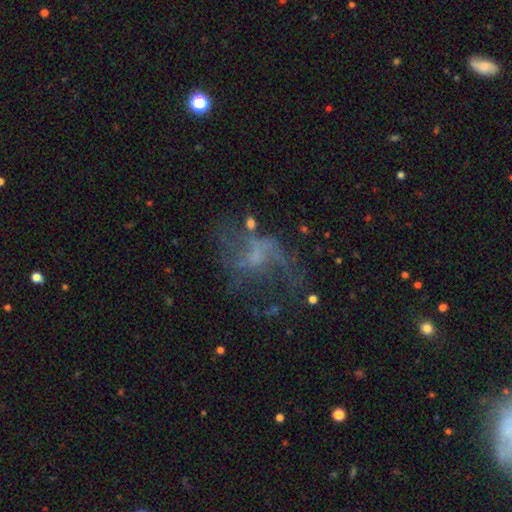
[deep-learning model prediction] This appears to be a featured or disk galaxy (65%) with no bar (64%), spiral arms (54%) and no central bulge (43%). Merging: major disturbance (40%).